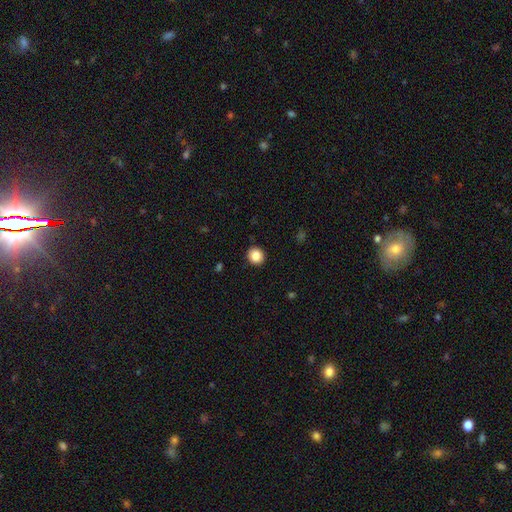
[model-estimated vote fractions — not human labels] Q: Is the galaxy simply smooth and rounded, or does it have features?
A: smooth — 86%.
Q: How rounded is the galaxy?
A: round — 90%.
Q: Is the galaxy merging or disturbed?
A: none — 92%.